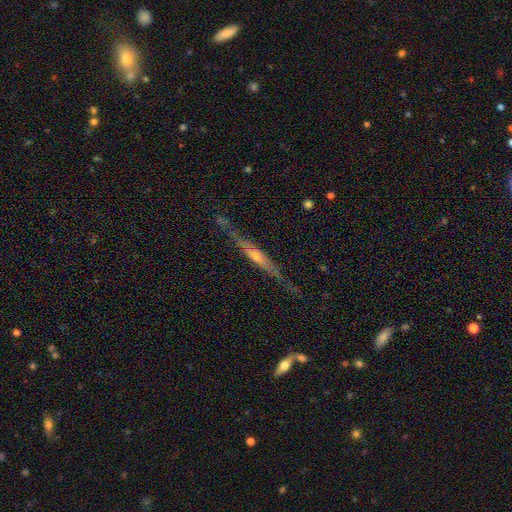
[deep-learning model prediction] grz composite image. It shows a featured or disk galaxy (75%) viewed edge-on (95%) with a rounded central bulge (66%). Merging: none (76%).